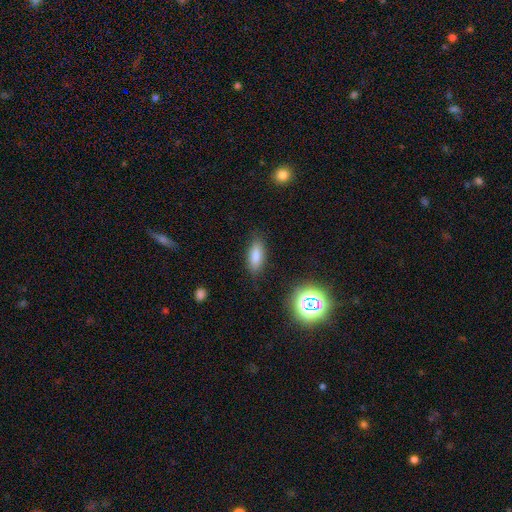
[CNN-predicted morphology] A smooth galaxy with no disk features (81%) that is in between round and cigar-shaped (80%). Merging: none (83%).